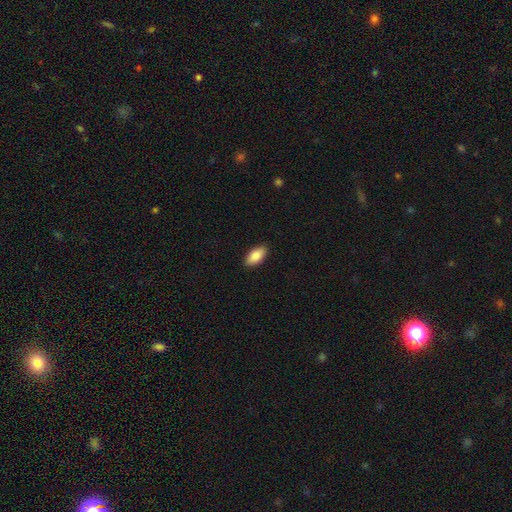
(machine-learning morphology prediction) Smooth or featured: smooth — 86% (featured or disk — 8%)
How rounded: in between — 91% (cigar-shaped — 7%)
Merging: none — 89% (minor disturbance — 8%)